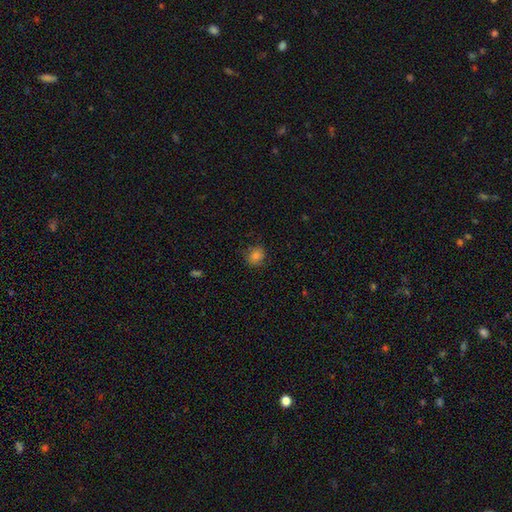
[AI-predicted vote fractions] A smooth galaxy with no disk features (82%) that is round (80%).

Vote fractions:
- Smooth or featured? smooth: 82% / star or artifact: 12% / featured or disk: 6%
- How rounded? round: 80% / in between: 19% / cigar-shaped: 1%
- Merging? none: 79% / minor disturbance: 16% / major disturbance: 4% / merger: 1%